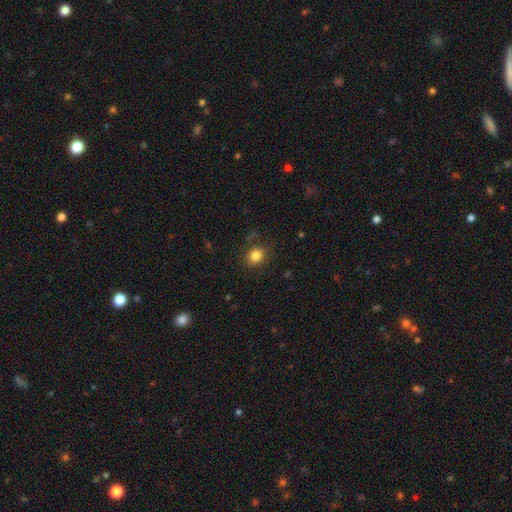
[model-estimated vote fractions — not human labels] Smooth or featured: smooth — 83% (star or artifact — 11%)
How rounded: round — 72% (in between — 27%)
Merging: none — 83% (minor disturbance — 11%)